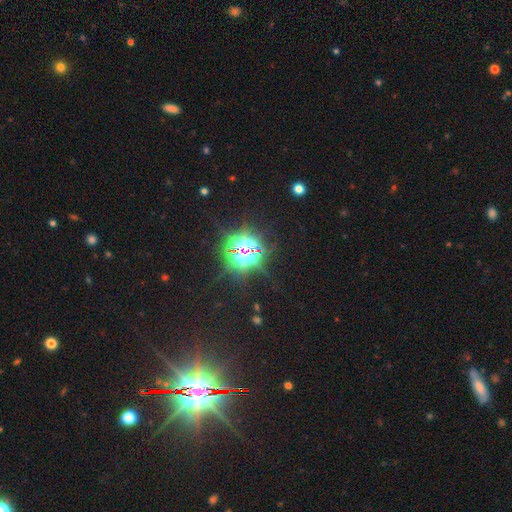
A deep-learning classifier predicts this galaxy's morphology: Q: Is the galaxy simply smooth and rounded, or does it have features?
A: star or artifact — 82%.